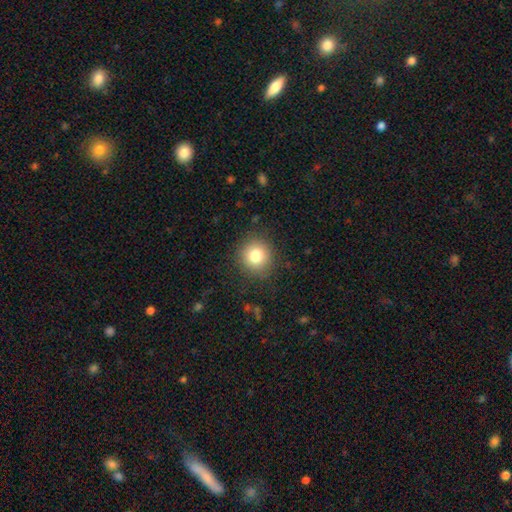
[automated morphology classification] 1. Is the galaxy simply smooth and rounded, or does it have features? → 81% smooth, 11% star or artifact, 8% featured or disk.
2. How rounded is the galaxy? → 92% round, 7% in between, 1% cigar-shaped.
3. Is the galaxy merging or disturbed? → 88% none, 8% minor disturbance, 3% major disturbance, 1% merger.